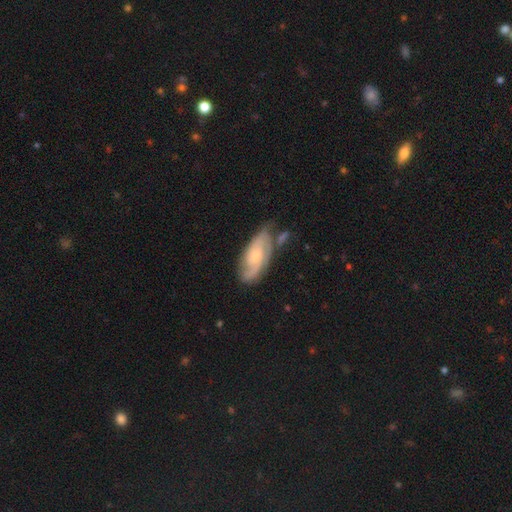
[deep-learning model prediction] Overall: featured or disk (73%). Edge-on disk: no (92%). Bar: no (66%; weak 29%). Spiral arms: yes (93%). Spiral arm count: 2 (61%). Spiral winding: tight (47%; medium 40%). Bulge size: small (61%; moderate 31%). Merging: none (59%; minor disturbance 23%).